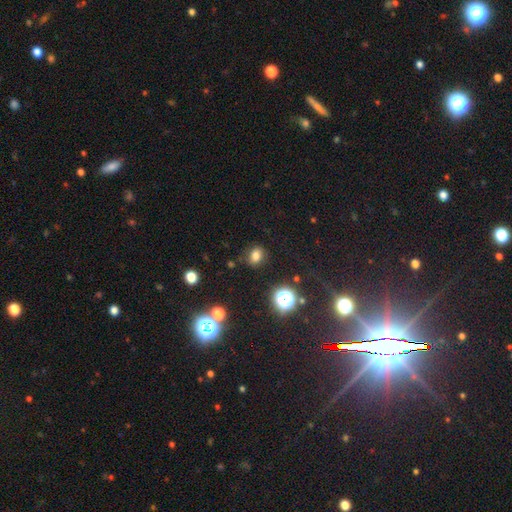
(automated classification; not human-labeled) Smooth or featured: smooth — 76% (star or artifact — 17%)
How rounded: round — 53% (in between — 46%)
Merging: none — 83% (minor disturbance — 11%)